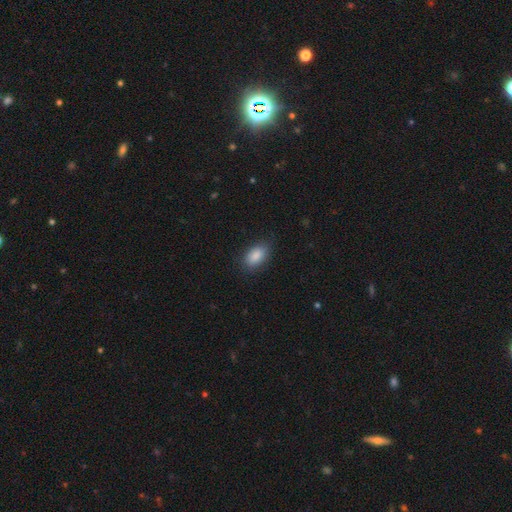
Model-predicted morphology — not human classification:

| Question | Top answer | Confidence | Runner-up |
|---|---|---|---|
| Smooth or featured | smooth | 88% | star or artifact (7%) |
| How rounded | in between | 92% | round (6%) |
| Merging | none | 83% | minor disturbance (13%) |